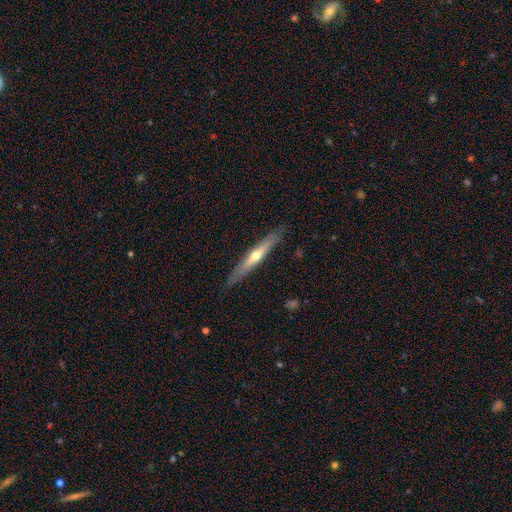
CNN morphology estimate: Smooth or featured? Predicted: featured or disk (p=0.59). Edge-on disk? Predicted: yes (p=0.90). Edge-on bulge? Predicted: rounded (p=0.82). Merging? Predicted: none (p=0.85).